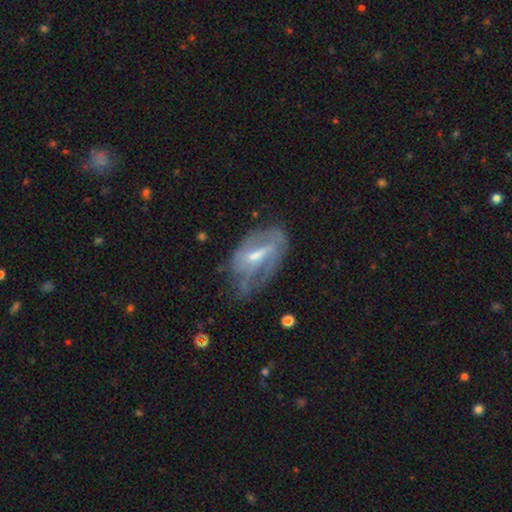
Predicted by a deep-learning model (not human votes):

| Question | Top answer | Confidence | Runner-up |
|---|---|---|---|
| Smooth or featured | featured or disk | 72% | smooth (21%) |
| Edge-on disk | no | 92% | yes (8%) |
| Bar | weak | 47% | strong (34%) |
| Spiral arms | yes | 72% | no (28%) |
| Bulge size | moderate | 47% | small (42%) |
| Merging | none | 46% | minor disturbance (30%) |